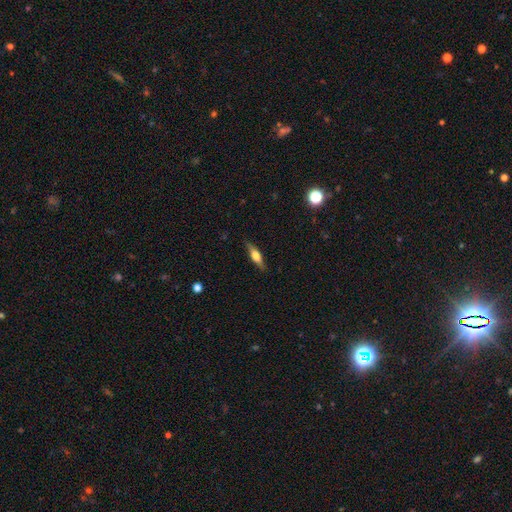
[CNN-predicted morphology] A smooth galaxy with no disk features (49%). Merging: none (85%).